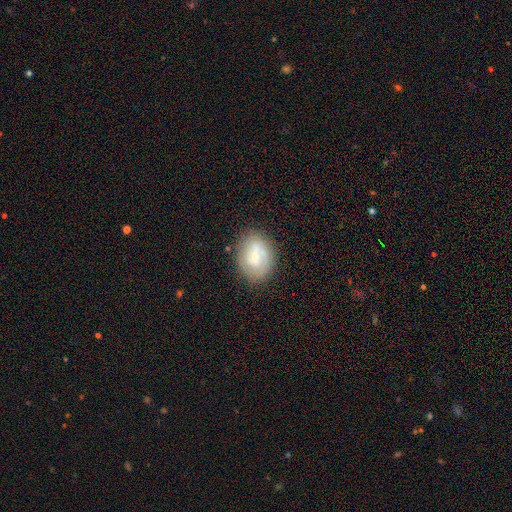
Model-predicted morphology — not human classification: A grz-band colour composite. It shows a featured or disk galaxy (50%). Merging: none (74%).